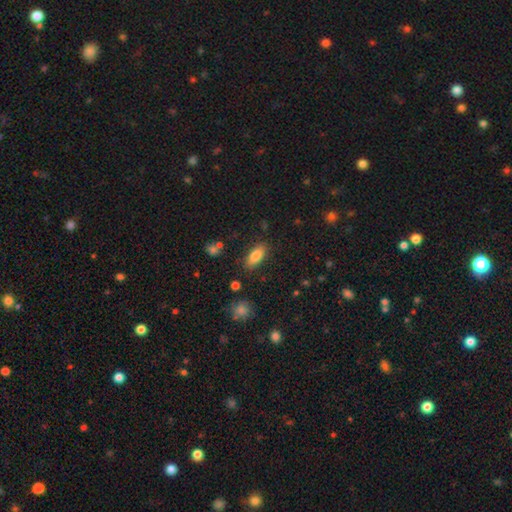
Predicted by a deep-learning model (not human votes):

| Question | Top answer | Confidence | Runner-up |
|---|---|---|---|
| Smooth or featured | smooth | 81% | featured or disk (11%) |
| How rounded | in between | 82% | cigar-shaped (15%) |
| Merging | none | 83% | minor disturbance (11%) |